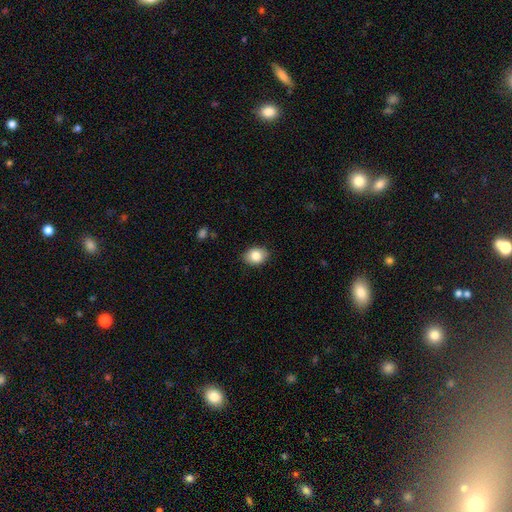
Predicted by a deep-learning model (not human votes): The model was most divided on "how rounded": in between: 62%, round: 37%, cigar-shaped: 1%. More confident: merging — none (87%); smooth or featured — smooth (84%).